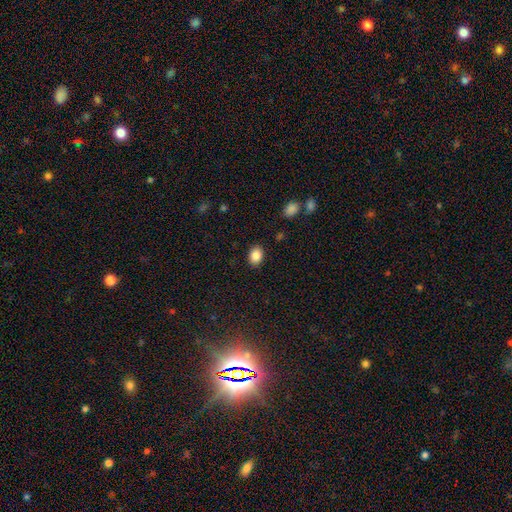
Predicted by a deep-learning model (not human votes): smooth 86%, star or artifact 9%, featured or disk 5%. Down the decision tree: how rounded — in between (69%); merging — none (88%).